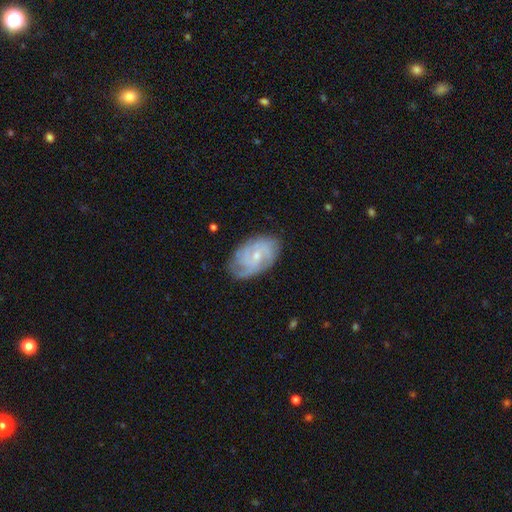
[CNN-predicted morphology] This appears to be a featured or disk galaxy (77%) with no bar (59%), tight (54%) spiral arms (94%) and a small central bulge (66%). Merging: none (74%).